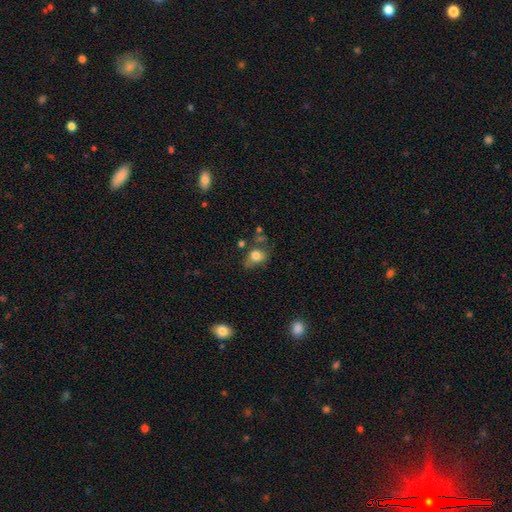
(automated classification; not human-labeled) Morphology: type=smooth (77%); roundness=in between (50%); merging=none (51%).